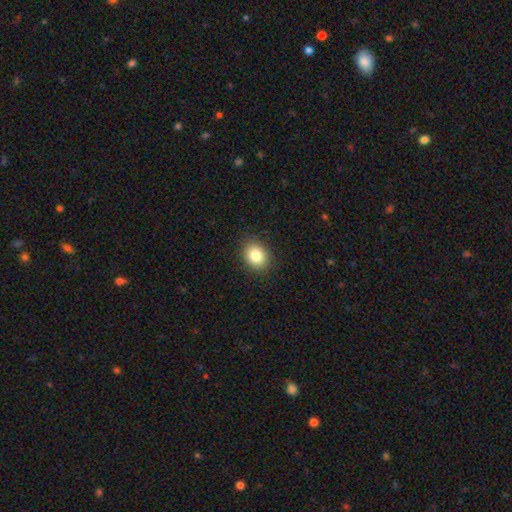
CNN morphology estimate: type=smooth (84%); roundness=round (51%); merging=none (89%).